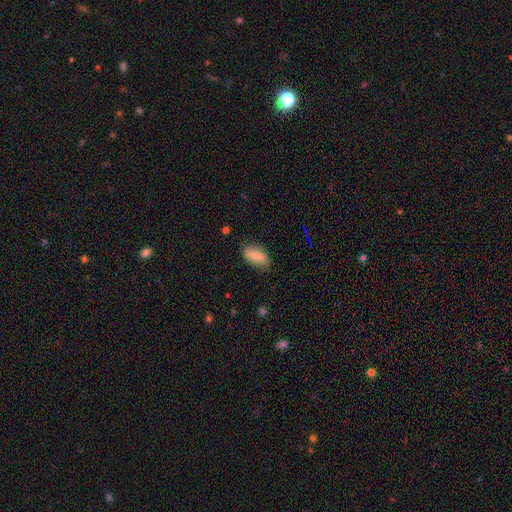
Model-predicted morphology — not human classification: A smooth galaxy with no disk features (77%) that is in between round and cigar-shaped (89%). Merging: none (76%).